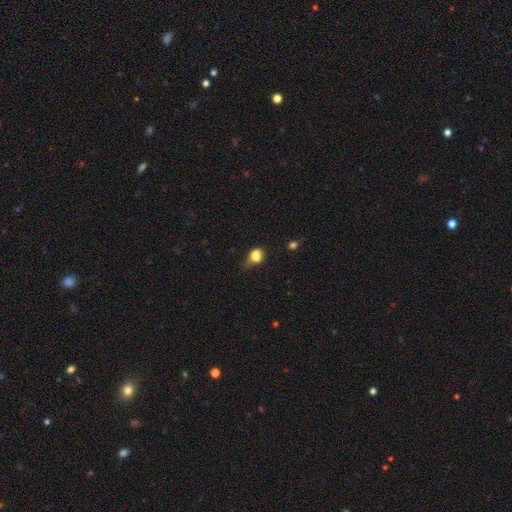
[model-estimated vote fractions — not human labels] smooth 77%, star or artifact 12%, featured or disk 11%. Down the decision tree: how rounded — in between (60%); merging — minor disturbance (38%).